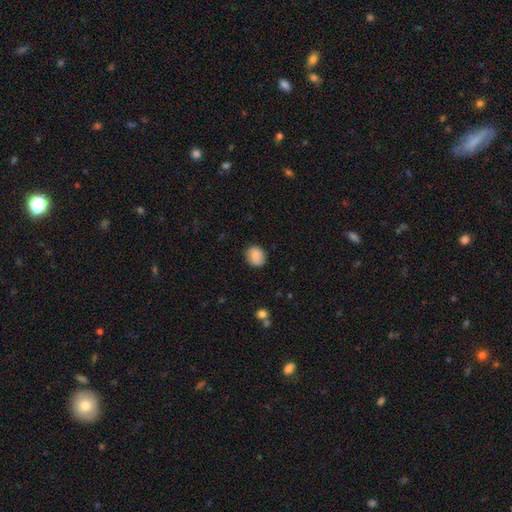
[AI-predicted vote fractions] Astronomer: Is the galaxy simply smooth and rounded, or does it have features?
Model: smooth — 82%.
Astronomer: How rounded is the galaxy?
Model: round — 64%.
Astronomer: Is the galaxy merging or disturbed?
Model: none — 83%.